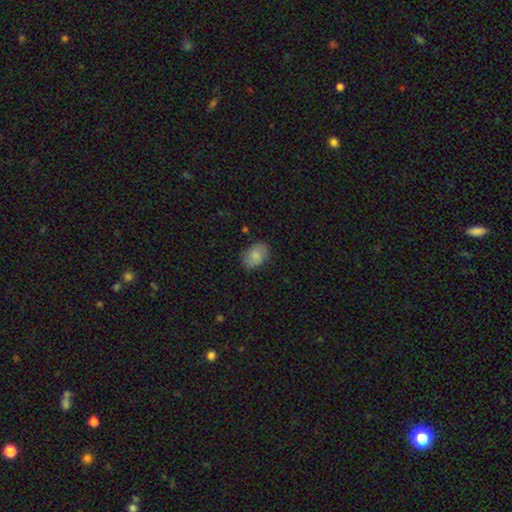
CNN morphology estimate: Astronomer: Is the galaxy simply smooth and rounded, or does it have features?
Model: smooth — 81%.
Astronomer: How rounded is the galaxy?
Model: in between — 86%.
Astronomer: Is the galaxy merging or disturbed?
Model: none — 81%.